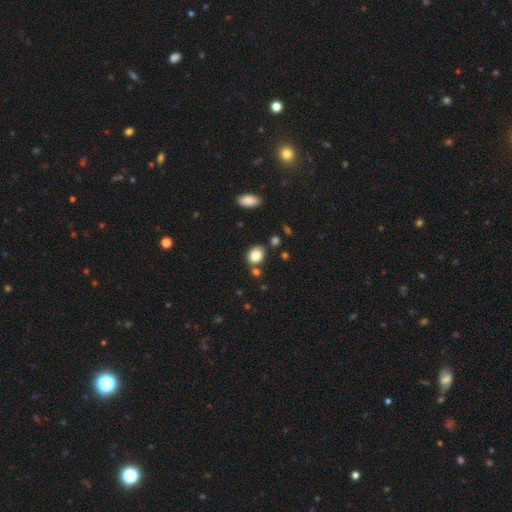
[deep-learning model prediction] smooth 83%, star or artifact 9%, featured or disk 7%. Down the decision tree: how rounded — in between (57%); merging — none (75%).